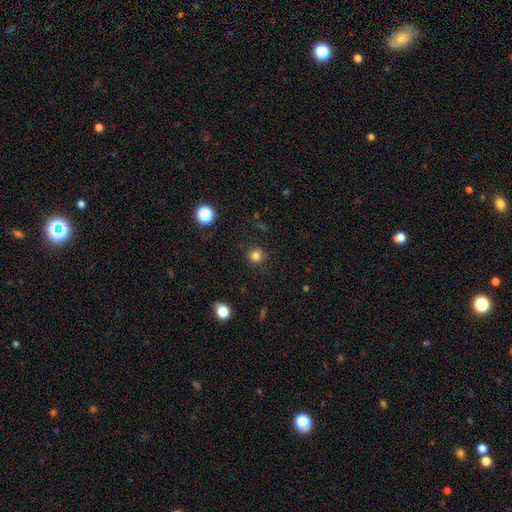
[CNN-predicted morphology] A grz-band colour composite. It shows a smooth galaxy with no disk features (81%) that is round (92%). Merging: none (88%).